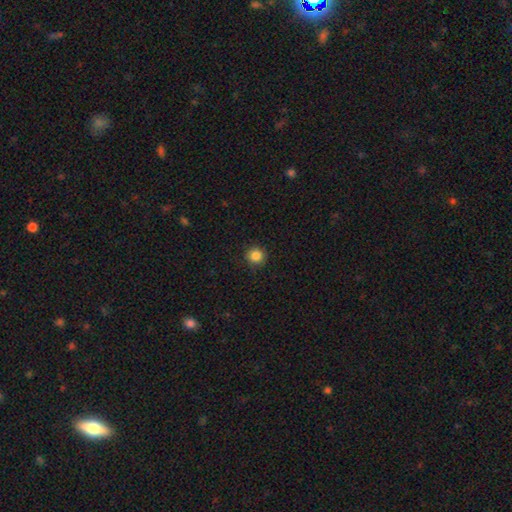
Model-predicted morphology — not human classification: smooth_or_featured: smooth (p=0.86) [alt: star or artifact p=0.10]
how_rounded: round (p=0.94) [alt: in between p=0.05]
merging: none (p=0.91) [alt: minor disturbance p=0.06]